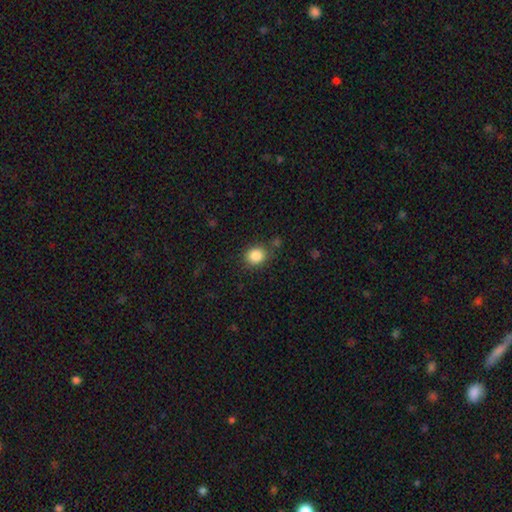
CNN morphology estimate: smooth 86%, star or artifact 10%, featured or disk 4%. Down the decision tree: how rounded — round (73%); merging — none (82%).